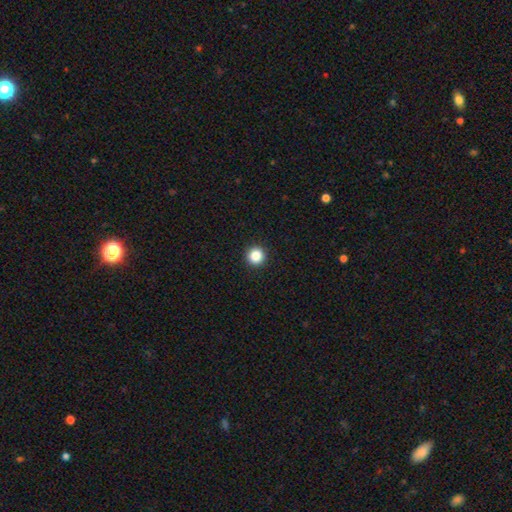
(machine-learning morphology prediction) Smooth or featured? smooth (86%)
How rounded? round (95%)
Merging? none (94%)